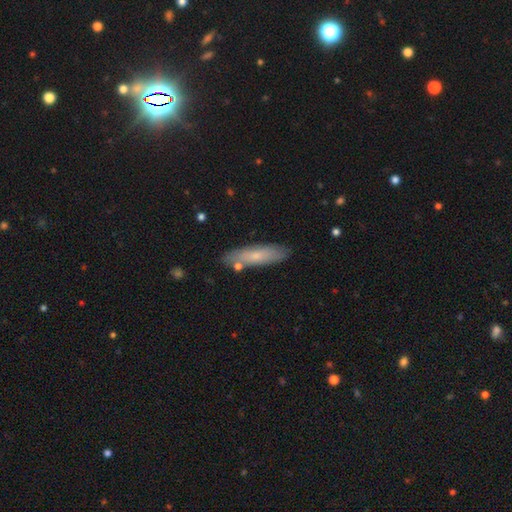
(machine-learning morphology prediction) Smooth or featured? Predicted: smooth (p=0.65). How rounded? Predicted: cigar-shaped (p=0.67). Merging? Predicted: none (p=0.80).